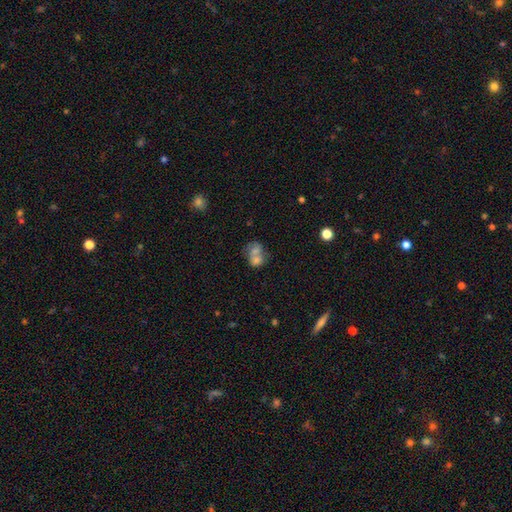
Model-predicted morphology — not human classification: Overall: smooth (64%; featured or disk 26%). How rounded: in between (52%; round 47%). Merging: merger (69%).